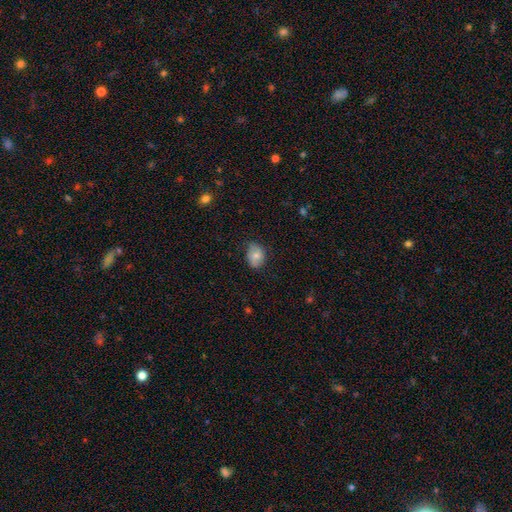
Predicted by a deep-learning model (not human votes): Morphology: type=smooth (74%); roundness=in between (68%); merging=none (70%).